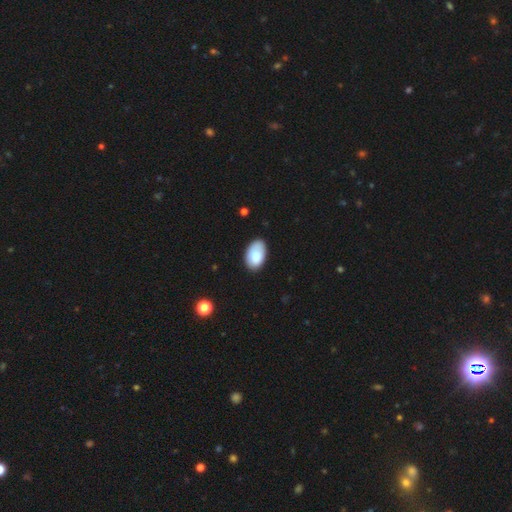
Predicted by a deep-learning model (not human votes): This appears to be a smooth galaxy with no disk features (85%) that is in between round and cigar-shaped (93%). Merging: none (77%).